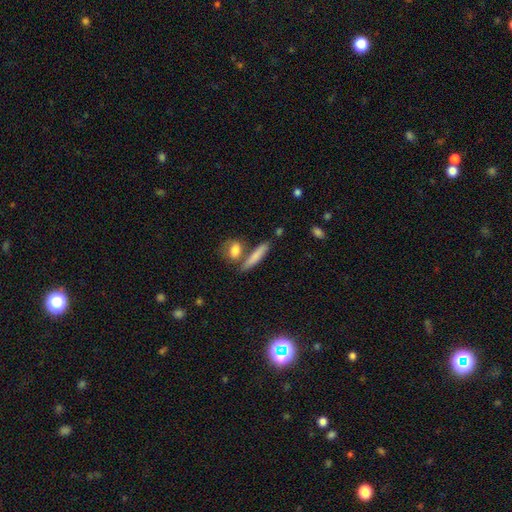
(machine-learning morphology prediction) This appears to be a smooth galaxy with no disk features (76%) that is cigar-shaped (75%). Merging: none (64%).